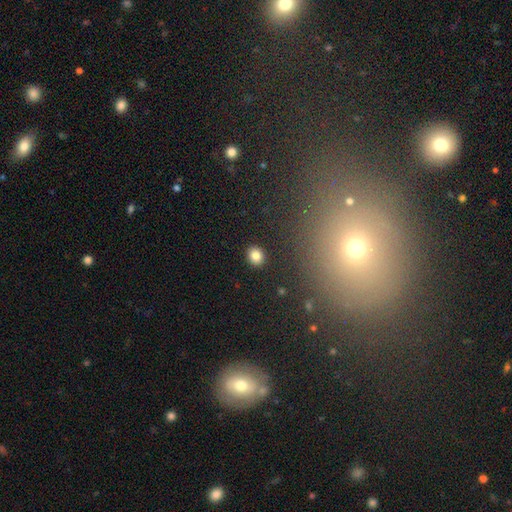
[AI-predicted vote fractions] A smooth galaxy with no disk features (84%) that is round (65%). Merging: none (90%).